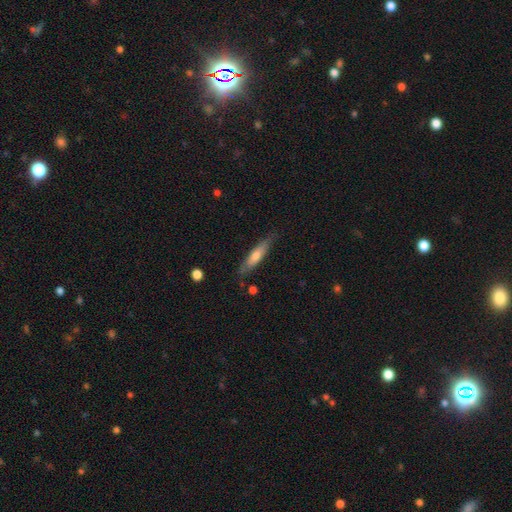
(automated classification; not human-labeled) Smooth or featured? smooth (53%)
How rounded? cigar-shaped (82%)
Merging? none (80%)